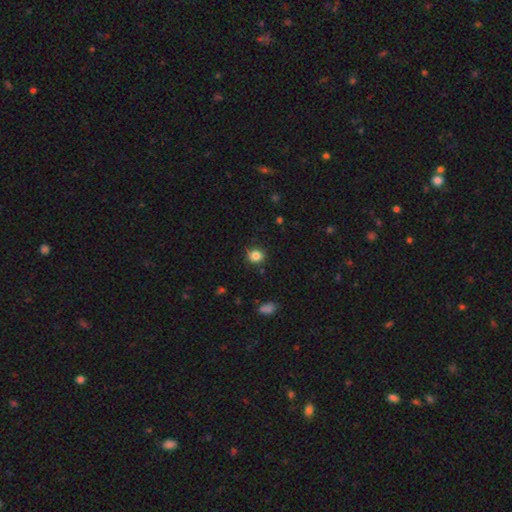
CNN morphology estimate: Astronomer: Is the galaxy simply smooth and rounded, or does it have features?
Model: smooth — 83%.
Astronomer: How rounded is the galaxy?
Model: round — 83%.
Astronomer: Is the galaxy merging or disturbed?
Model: none — 78%.